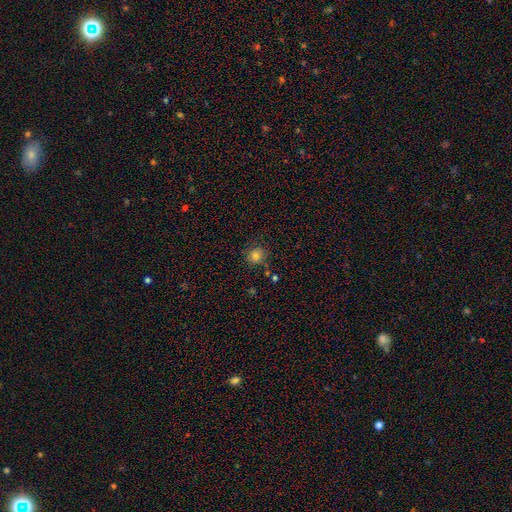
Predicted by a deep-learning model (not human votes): This appears to be a smooth galaxy with no disk features (79%) that is round (89%). Merging: none (82%).